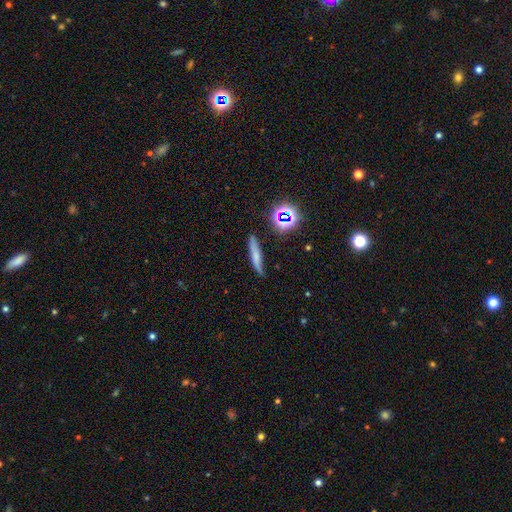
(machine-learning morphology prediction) Smooth or featured: smooth — 58% (featured or disk — 27%)
How rounded: cigar-shaped — 86% (in between — 10%)
Merging: none — 77% (minor disturbance — 16%)